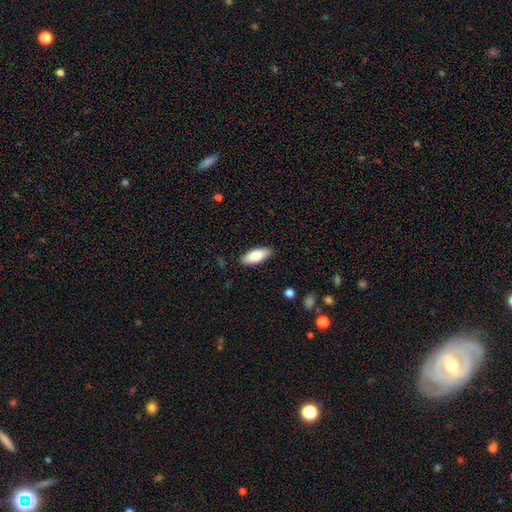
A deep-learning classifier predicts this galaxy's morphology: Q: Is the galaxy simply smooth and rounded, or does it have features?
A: smooth — 81%.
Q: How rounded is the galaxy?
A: in between — 82%.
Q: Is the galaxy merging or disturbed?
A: none — 88%.